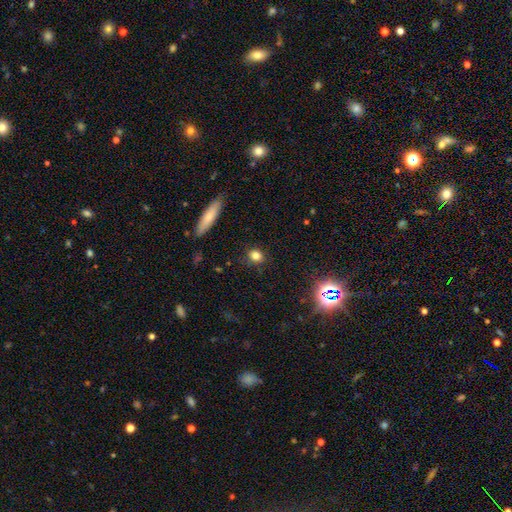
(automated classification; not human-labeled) Smooth or featured: smooth — 79% (star or artifact — 13%)
How rounded: round — 65% (in between — 32%)
Merging: none — 85% (minor disturbance — 11%)